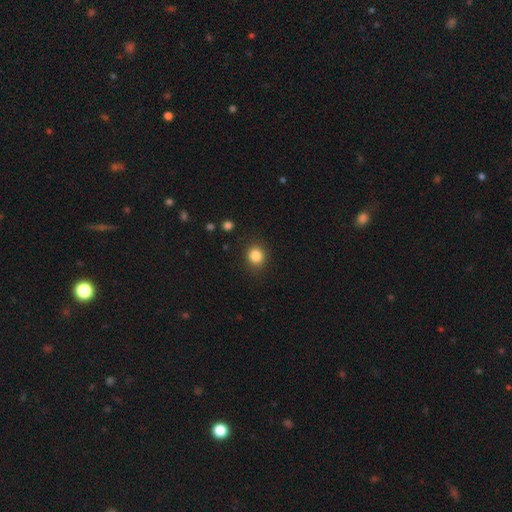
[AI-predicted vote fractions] Overall: smooth (85%). How rounded: round (78%). Merging: none (88%).